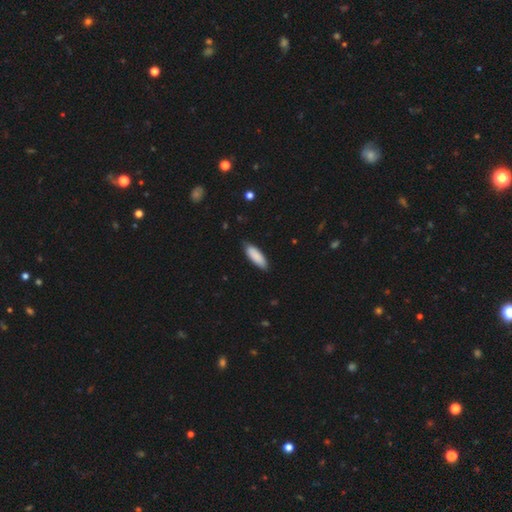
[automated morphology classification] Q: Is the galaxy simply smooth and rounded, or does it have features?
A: smooth — 89%.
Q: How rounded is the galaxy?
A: in between — 61%.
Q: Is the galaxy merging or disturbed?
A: none — 84%.